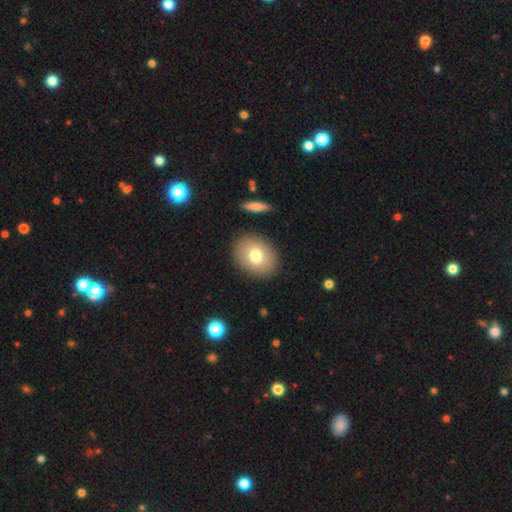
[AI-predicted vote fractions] Smooth or featured: smooth — 75% (featured or disk — 17%)
How rounded: in between — 57% (round — 42%)
Merging: none — 88% (minor disturbance — 8%)